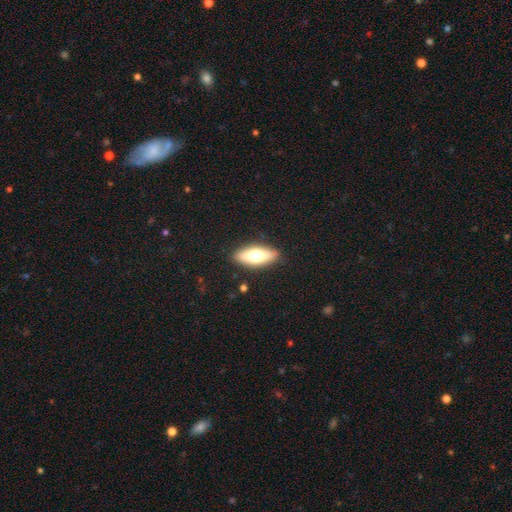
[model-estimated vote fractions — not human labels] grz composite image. It shows a smooth galaxy with no disk features (64%) that is in between round and cigar-shaped (72%). Merging: none (88%).